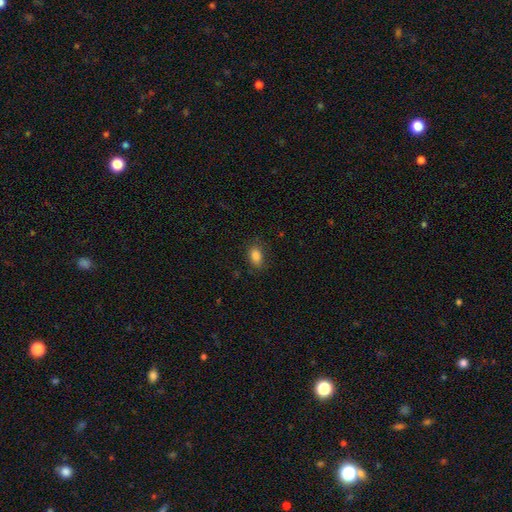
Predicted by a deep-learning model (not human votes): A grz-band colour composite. It shows a smooth galaxy with no disk features (86%) that is in between round and cigar-shaped (86%). Merging: none (80%).